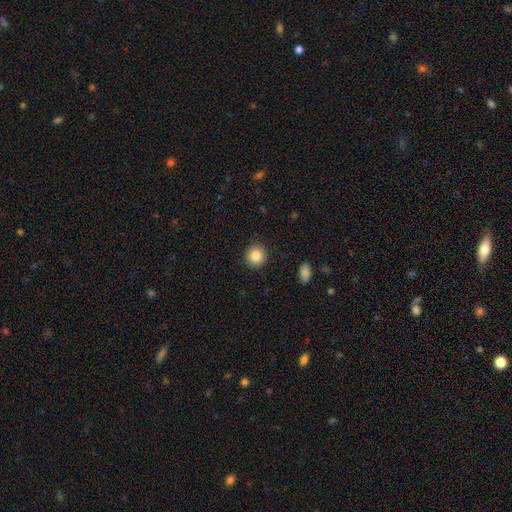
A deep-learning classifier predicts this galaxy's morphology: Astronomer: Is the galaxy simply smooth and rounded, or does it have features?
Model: smooth — 86%.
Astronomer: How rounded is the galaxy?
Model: round — 91%.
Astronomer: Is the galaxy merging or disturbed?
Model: none — 90%.